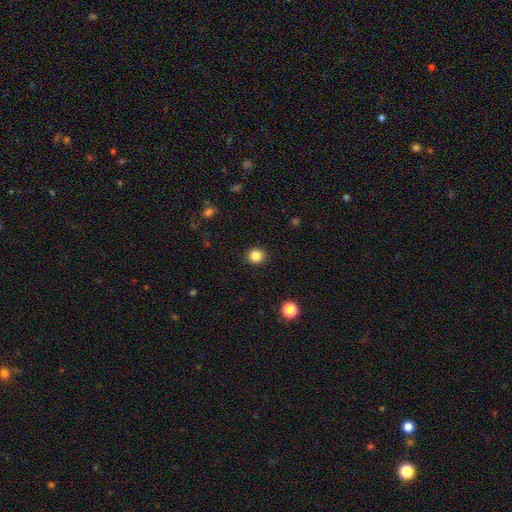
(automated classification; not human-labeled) smooth-or-featured: smooth: 84% | star or artifact: 11% | featured or disk: 5%
  how-rounded: round: 86% | in between: 13% | cigar-shaped: 1%
  merging: none: 91% | minor disturbance: 6% | major disturbance: 2% | merger: 1%